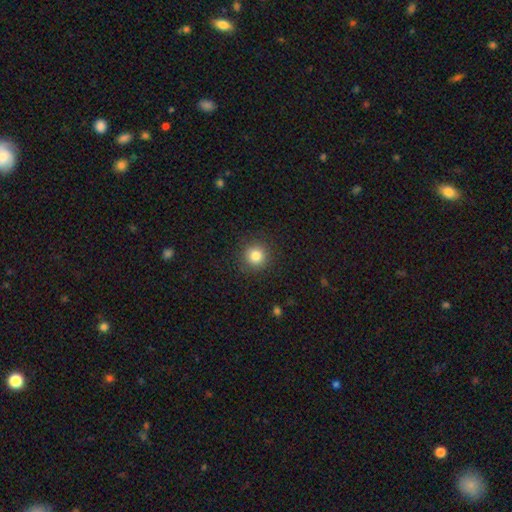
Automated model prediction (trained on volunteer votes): smooth-or-featured: smooth: 83% | star or artifact: 12% | featured or disk: 6%
  how-rounded: round: 94% | in between: 5% | cigar-shaped: 1%
  merging: none: 90% | minor disturbance: 6% | major disturbance: 2% | merger: 1%